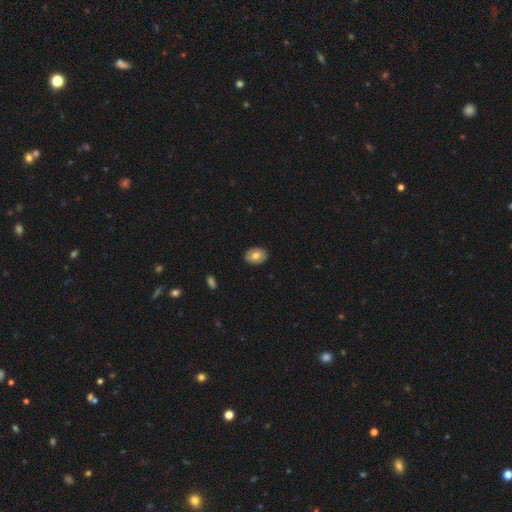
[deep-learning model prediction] Q: Smooth or featured?
A: smooth (74%); runner-up: featured or disk (19%)
Q: How rounded?
A: in between (73%); runner-up: round (26%)
Q: Merging?
A: none (89%); runner-up: minor disturbance (8%)